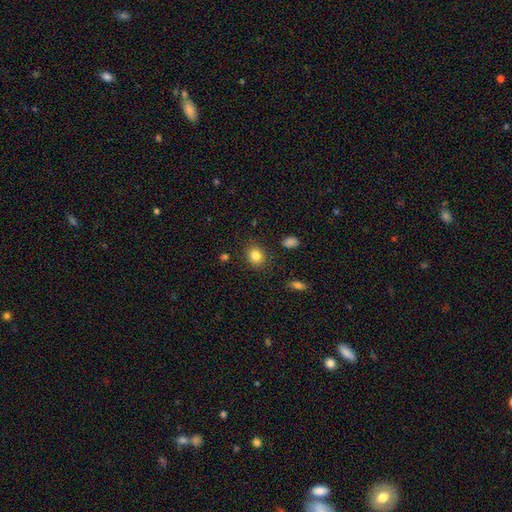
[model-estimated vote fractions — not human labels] Smooth or featured? Predicted: smooth (p=0.83). How rounded? Predicted: round (p=0.62). Merging? Predicted: none (p=0.86).